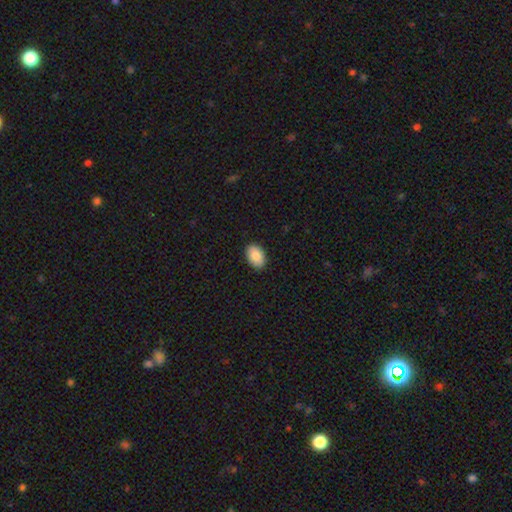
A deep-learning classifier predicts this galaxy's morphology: This is clearly a smooth galaxy (88%). How rounded: clearly in between (91%). Merging: clearly none (89%).